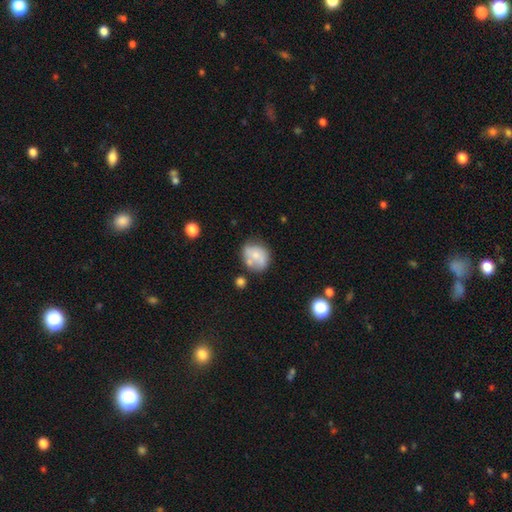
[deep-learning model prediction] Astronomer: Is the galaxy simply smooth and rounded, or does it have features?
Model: smooth — 58% (runner-up: featured or disk, 34%).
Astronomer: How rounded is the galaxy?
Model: round — 59% (runner-up: in between, 40%).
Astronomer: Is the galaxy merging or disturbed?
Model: none — 46% (runner-up: minor disturbance, 26%).